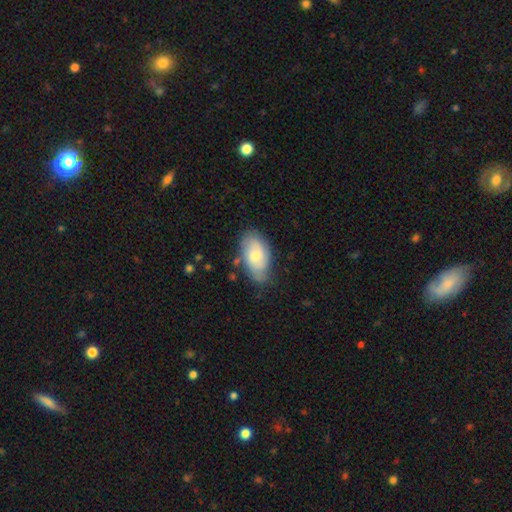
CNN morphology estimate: smooth-or-featured: smooth: 52% | featured or disk: 41% | star or artifact: 7%
  how-rounded: in between: 92% | round: 5% | cigar-shaped: 2%
  merging: none: 66% | minor disturbance: 25% | major disturbance: 5% | merger: 3%